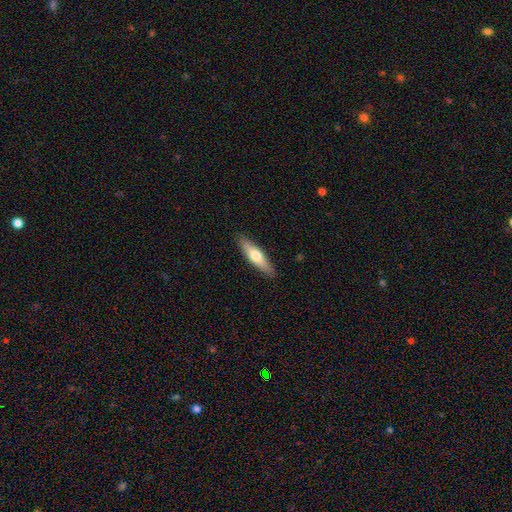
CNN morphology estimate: A smooth galaxy with no disk features (59%) that is cigar-shaped (71%).

Vote fractions:
- Smooth or featured? smooth: 59% / featured or disk: 36% / star or artifact: 5%
- How rounded? cigar-shaped: 71% / in between: 27% / round: 2%
- Merging? none: 89% / minor disturbance: 8% / major disturbance: 2% / merger: 1%